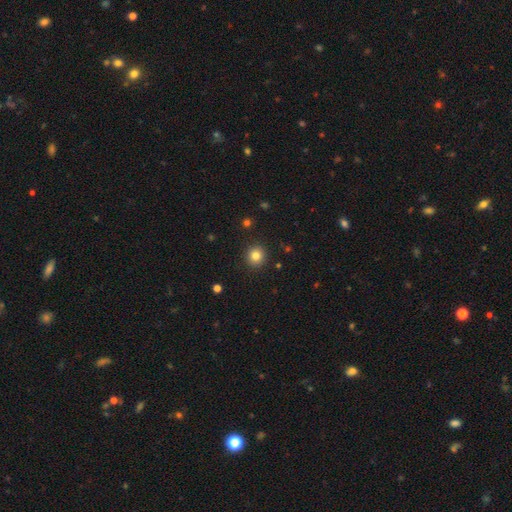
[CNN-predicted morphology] type=smooth (83%); roundness=round (92%); merging=none (92%).